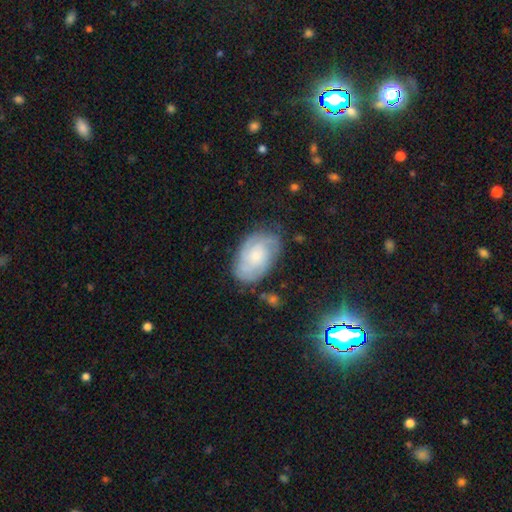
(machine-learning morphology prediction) Smooth or featured?
  - featured or disk: 72% *
  - smooth: 21%
  - star or artifact: 7%
Edge-on disk?
  - no: 97% *
  - yes: 3%
Bar?
  - no: 73% *
  - weak: 24%
  - strong: 3%
Spiral arms?
  - yes: 94% *
  - no: 6%
Spiral winding?
  - tight: 60% *
  - medium: 32%
  - loose: 8%
Spiral arm count?
  - can't tell: 31% *
  - 3: 27%
  - 2: 23%
  - 4: 10%
  - 1: 5%
  - more than 4: 5%
Bulge size?
  - small: 55% *
  - moderate: 32%
  - none: 7%
  - large: 5%
  - dominant: 2%
Merging?
  - none: 73% *
  - minor disturbance: 19%
  - major disturbance: 6%
  - merger: 2%